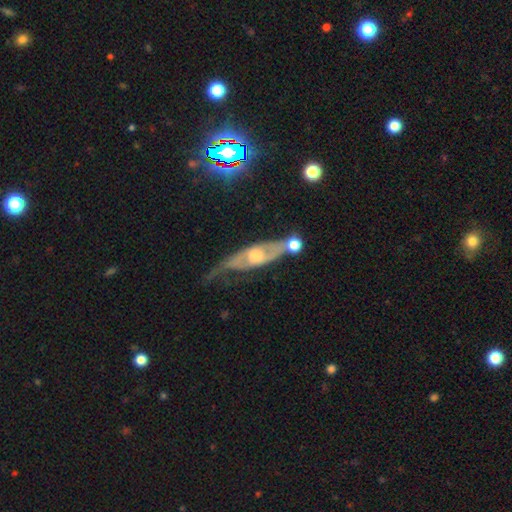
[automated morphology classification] Smooth or featured? Predicted: featured or disk (p=0.74). Edge-on disk? Predicted: no (p=0.64). Merging? Predicted: none (p=0.44).